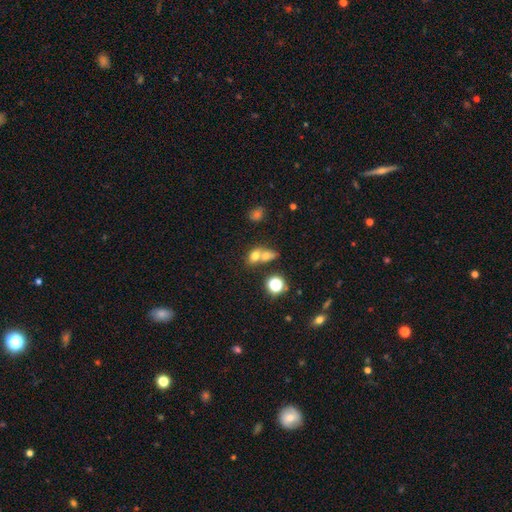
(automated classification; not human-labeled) Smooth or featured: smooth — 70% (star or artifact — 16%)
How rounded: in between — 59% (round — 38%)
Merging: merger — 57% (none — 31%)